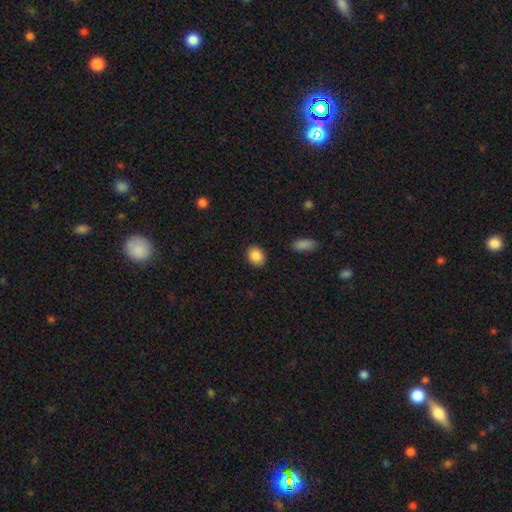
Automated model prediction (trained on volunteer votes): A smooth galaxy with no disk features (88%) that is round (52%).

Vote fractions:
- Smooth or featured? smooth: 88% / star or artifact: 8% / featured or disk: 4%
- How rounded? round: 52% / in between: 47% / cigar-shaped: 1%
- Merging? none: 88% / minor disturbance: 8% / major disturbance: 2% / merger: 2%